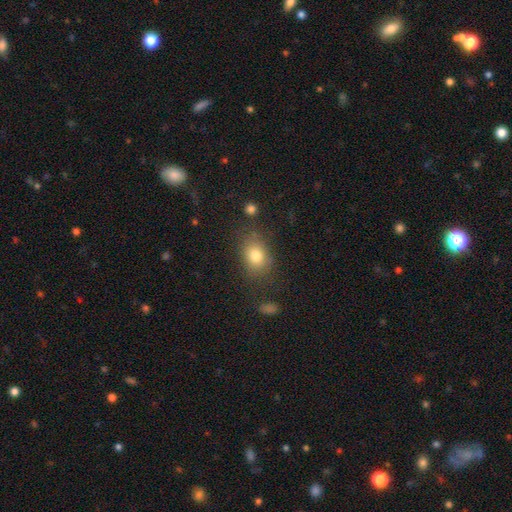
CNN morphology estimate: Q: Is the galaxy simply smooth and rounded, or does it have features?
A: smooth — 80%.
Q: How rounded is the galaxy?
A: in between — 57%.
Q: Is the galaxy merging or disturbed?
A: none — 75%.